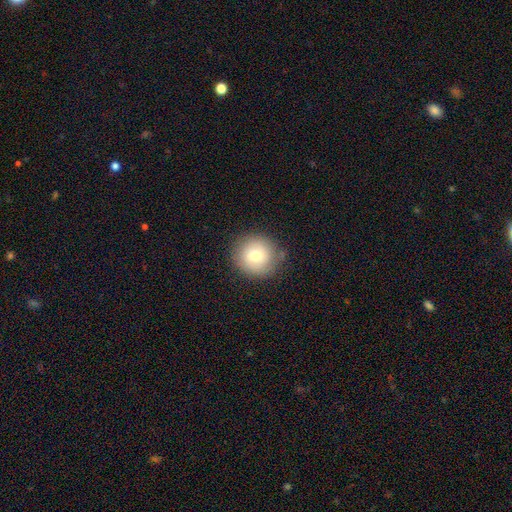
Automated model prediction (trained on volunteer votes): smooth_or_featured: smooth (p=0.74) [alt: featured or disk p=0.15]
how_rounded: round (p=0.93) [alt: in between p=0.06]
merging: none (p=0.83) [alt: minor disturbance p=0.12]